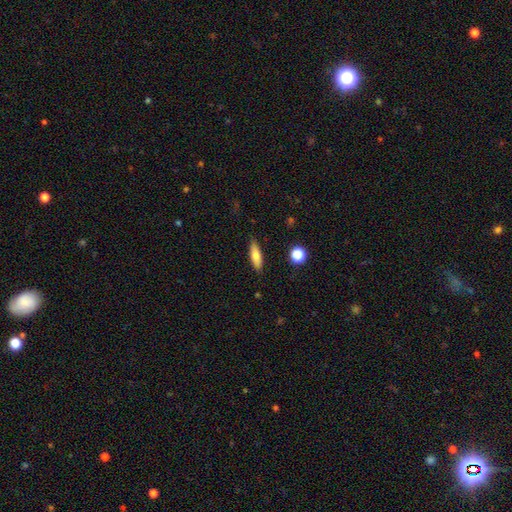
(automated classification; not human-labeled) This is likely a smooth galaxy (72%). How rounded: possibly cigar-shaped (52%). Merging: clearly none (86%).